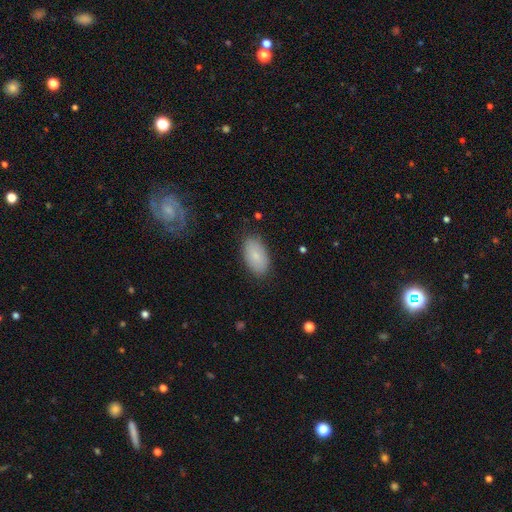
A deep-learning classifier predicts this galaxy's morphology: Smooth or featured?
  - smooth: 79% *
  - featured or disk: 13%
  - star or artifact: 7%
How rounded?
  - in between: 94% *
  - round: 4%
  - cigar-shaped: 2%
Merging?
  - none: 83% *
  - minor disturbance: 12%
  - major disturbance: 3%
  - merger: 1%